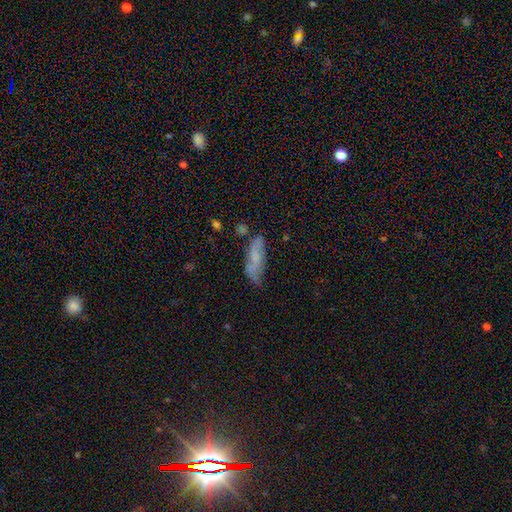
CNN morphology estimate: A smooth galaxy with no disk features (57%) that is in between round and cigar-shaped (56%).

Vote fractions:
- Smooth or featured? smooth: 57% / featured or disk: 34% / star or artifact: 9%
- How rounded? in between: 56% / cigar-shaped: 41% / round: 2%
- Merging? none: 47% / minor disturbance: 31% / major disturbance: 15% / merger: 7%